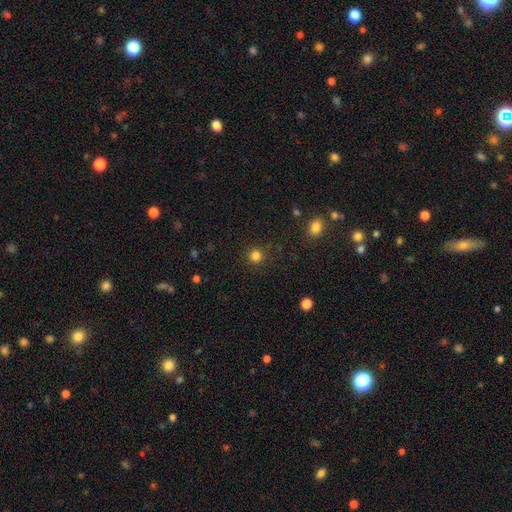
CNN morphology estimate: Smooth or featured: smooth — 83% (star or artifact — 14%)
How rounded: round — 94% (in between — 5%)
Merging: none — 90% (minor disturbance — 6%)